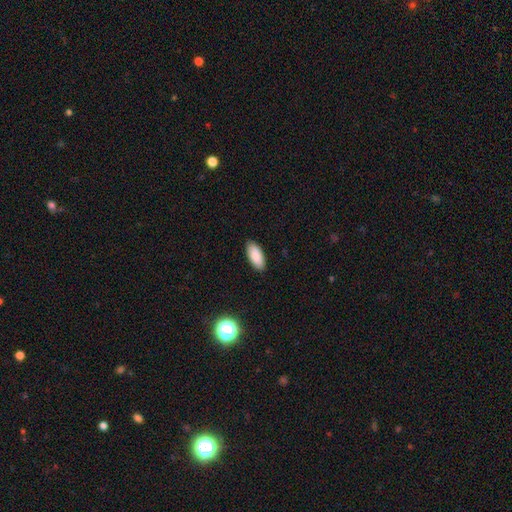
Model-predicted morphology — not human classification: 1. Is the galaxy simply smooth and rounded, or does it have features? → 89% smooth, 6% star or artifact, 4% featured or disk.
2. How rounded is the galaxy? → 89% in between, 9% cigar-shaped, 2% round.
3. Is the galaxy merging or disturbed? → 89% none, 8% minor disturbance, 2% major disturbance, 1% merger.